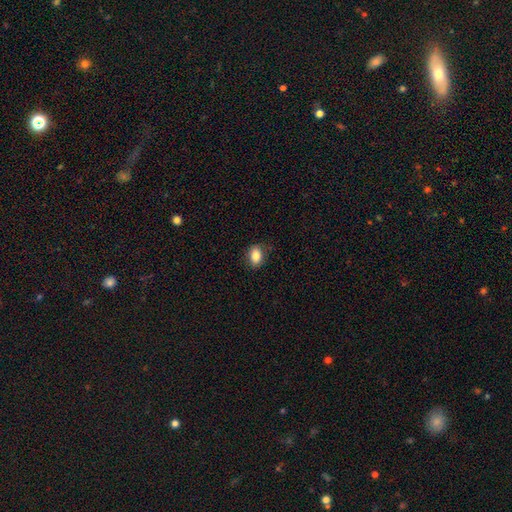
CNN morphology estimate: smooth-or-featured: smooth: 82% | featured or disk: 9% | star or artifact: 9%
  how-rounded: in between: 75% | round: 23% | cigar-shaped: 2%
  merging: none: 84% | minor disturbance: 13% | major disturbance: 3% | merger: 1%